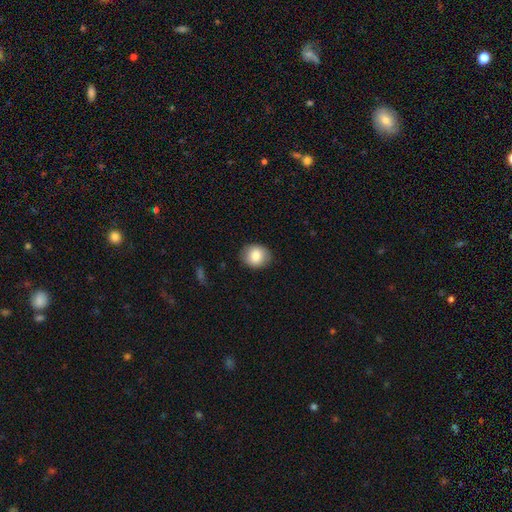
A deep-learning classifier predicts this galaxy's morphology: type=smooth (83%); roundness=round (65%); merging=none (86%).